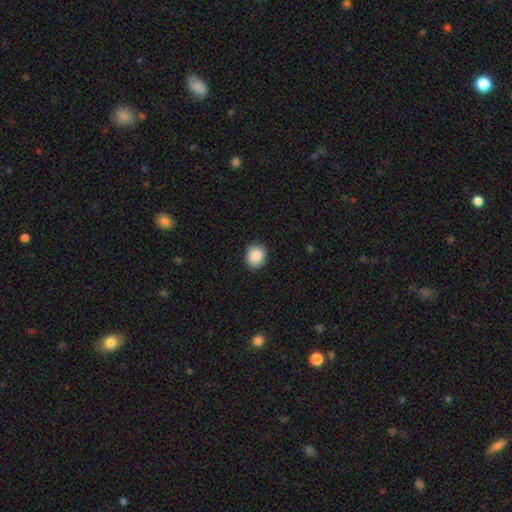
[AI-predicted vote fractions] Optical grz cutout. It shows a smooth galaxy with no disk features (89%) that is round (72%). Merging: none (88%).